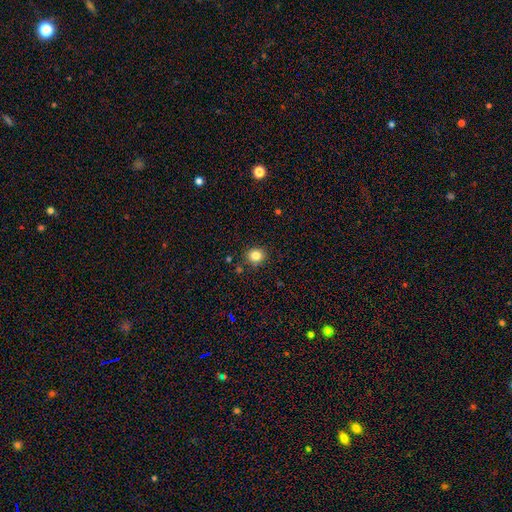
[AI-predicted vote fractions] This appears to be a smooth galaxy with no disk features (83%) that is round (84%). Merging: none (88%).